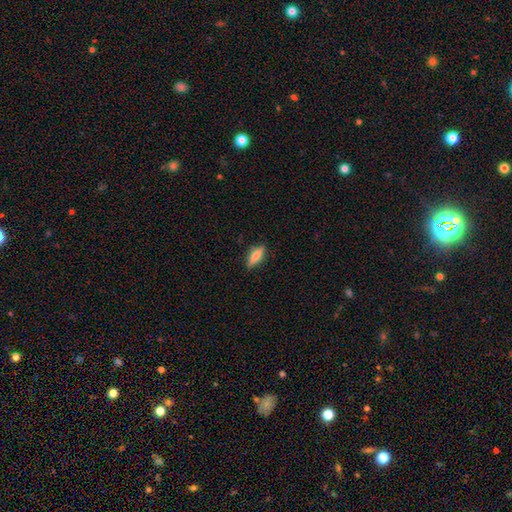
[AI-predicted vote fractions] smooth 54%, featured or disk 39%, star or artifact 7%. Down the decision tree: how rounded — cigar-shaped (52%); merging — none (84%).